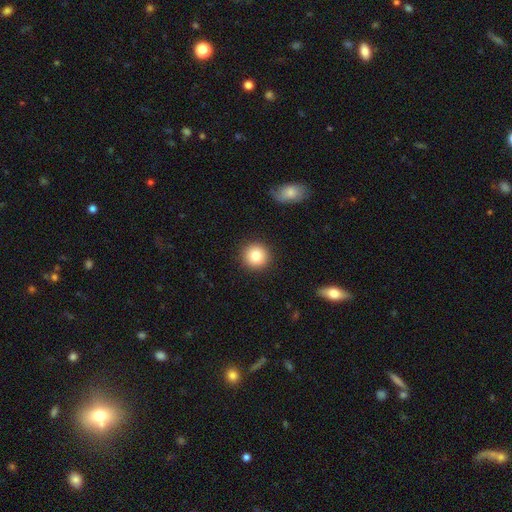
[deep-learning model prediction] Overall: smooth (83%). How rounded: round (94%). Merging: none (91%).